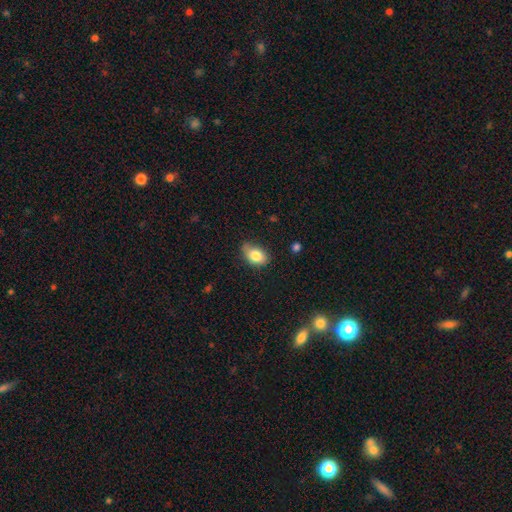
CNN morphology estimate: Smooth or featured: smooth — 82% (featured or disk — 10%)
How rounded: in between — 83% (round — 16%)
Merging: none — 63% (minor disturbance — 30%)